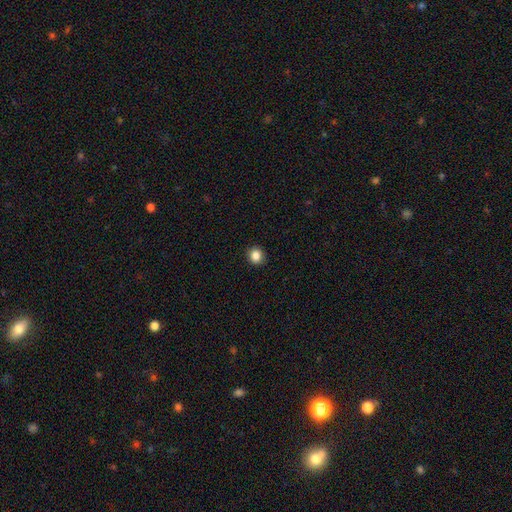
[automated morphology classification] Smooth or featured? smooth (85%)
How rounded? round (81%)
Merging? none (91%)